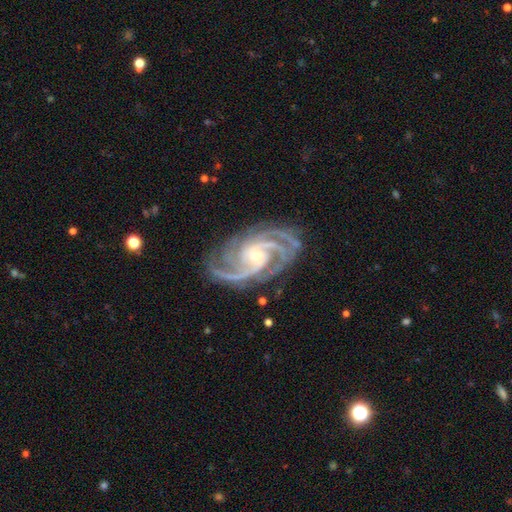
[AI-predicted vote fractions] Smooth or featured? Predicted: featured or disk (p=0.93). Edge-on disk? Predicted: no (p=0.98). Bar? Predicted: no (p=0.57). Spiral arms? Predicted: yes (p=0.99). Spiral winding? Predicted: tight (p=0.54). Spiral arm count? Predicted: 3 (p=0.38). Bulge size? Predicted: small (p=0.60). Merging? Predicted: none (p=0.79).